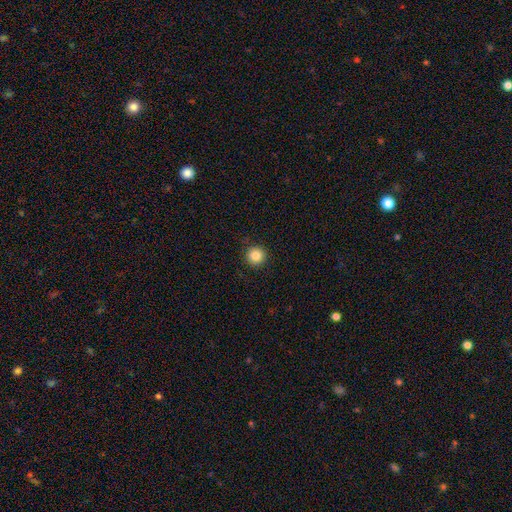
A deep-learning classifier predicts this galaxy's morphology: A smooth galaxy with no disk features (86%) that is round (96%).

Vote fractions:
- Smooth or featured? smooth: 86% / star or artifact: 10% / featured or disk: 4%
- How rounded? round: 96% / in between: 3% / cigar-shaped: 1%
- Merging? none: 92% / minor disturbance: 5% / major disturbance: 2% / merger: 1%